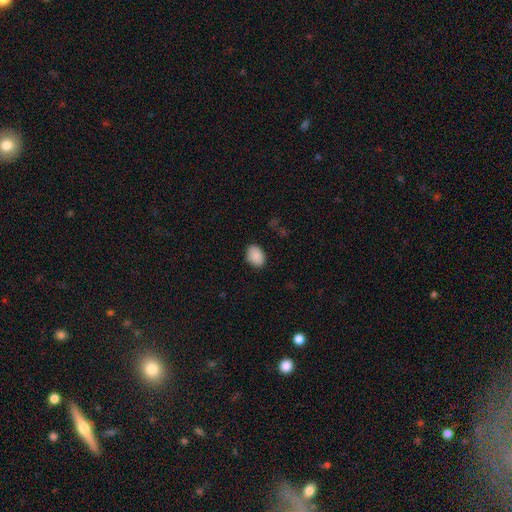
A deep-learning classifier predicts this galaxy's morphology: Smooth or featured: smooth — 90% (star or artifact — 7%)
How rounded: in between — 78% (round — 21%)
Merging: none — 85% (minor disturbance — 11%)